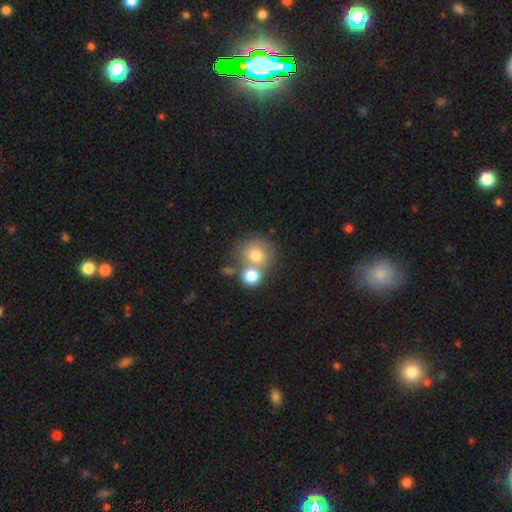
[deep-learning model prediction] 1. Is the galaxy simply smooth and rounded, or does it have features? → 73% smooth, 16% featured or disk, 11% star or artifact.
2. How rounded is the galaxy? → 80% round, 19% in between, 1% cigar-shaped.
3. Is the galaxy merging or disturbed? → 44% merger, 42% none, 9% minor disturbance, 5% major disturbance.